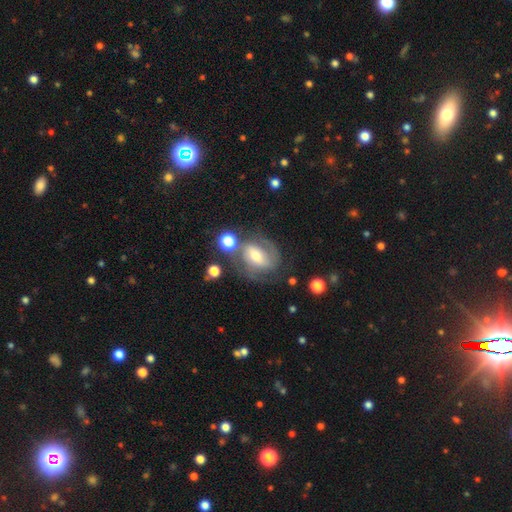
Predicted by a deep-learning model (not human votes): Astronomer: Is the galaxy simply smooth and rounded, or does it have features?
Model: featured or disk — 73%.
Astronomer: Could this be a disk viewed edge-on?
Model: no — 96%.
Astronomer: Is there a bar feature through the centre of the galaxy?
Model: weak — 43% (runner-up: no, 29%).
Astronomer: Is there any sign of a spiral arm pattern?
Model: yes — 89%.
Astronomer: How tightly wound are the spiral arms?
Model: medium — 45% (runner-up: tight, 40%).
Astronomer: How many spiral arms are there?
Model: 2 — 65%.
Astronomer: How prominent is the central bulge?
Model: moderate — 57%.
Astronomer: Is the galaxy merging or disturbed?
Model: none — 58%.